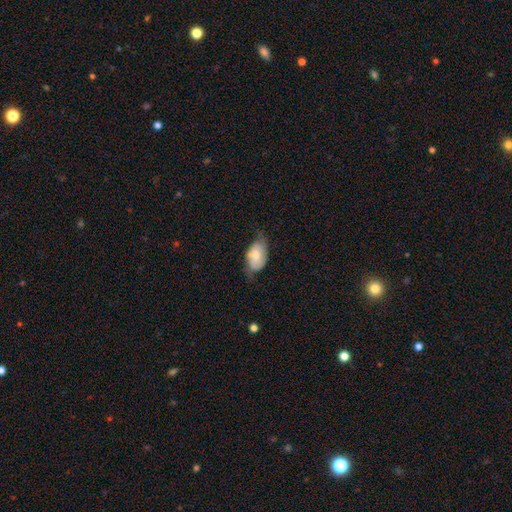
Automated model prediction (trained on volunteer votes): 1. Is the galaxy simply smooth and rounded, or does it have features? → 59% smooth, 34% featured or disk, 7% star or artifact.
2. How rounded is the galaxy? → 92% in between, 6% round, 2% cigar-shaped.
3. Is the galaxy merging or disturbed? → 48% none, 38% minor disturbance, 13% major disturbance, 2% merger.